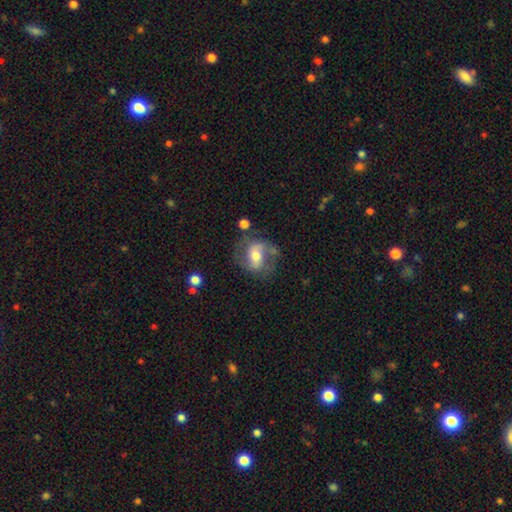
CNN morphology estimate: featured or disk 66%, smooth 26%, star or artifact 8%. Down the decision tree: edge-on disk — no (96%); bar — weak (40%); spiral arms — yes (83%); spiral arm count — 2 (84%); spiral winding — medium (47%); bulge size — moderate (68%); merging — none (63%).